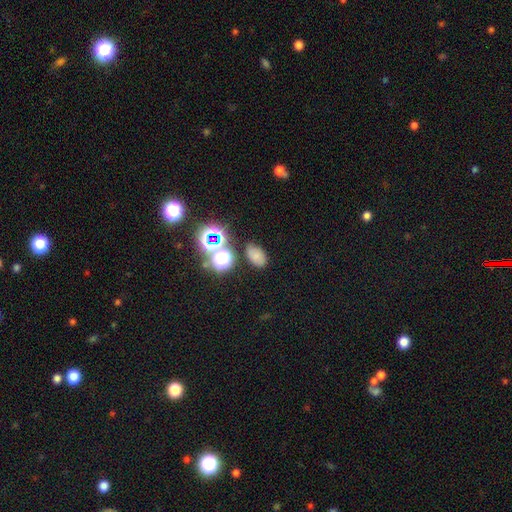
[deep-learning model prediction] This is likely a smooth galaxy (63%). How rounded: clearly in between (83%). Merging: likely none (74%).